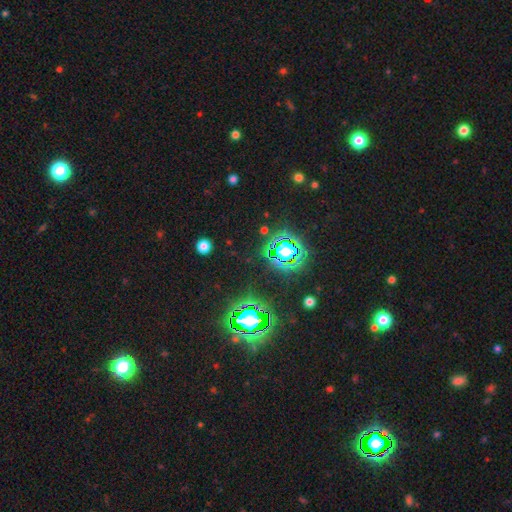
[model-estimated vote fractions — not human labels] This is clearly a star or artifact rather than a galaxy (81%).